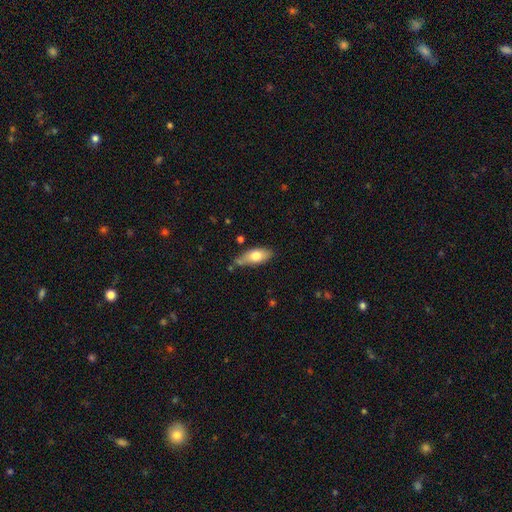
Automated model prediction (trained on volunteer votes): Smooth or featured? Predicted: smooth (p=0.71). How rounded? Predicted: in between (p=0.80). Merging? Predicted: none (p=0.63).